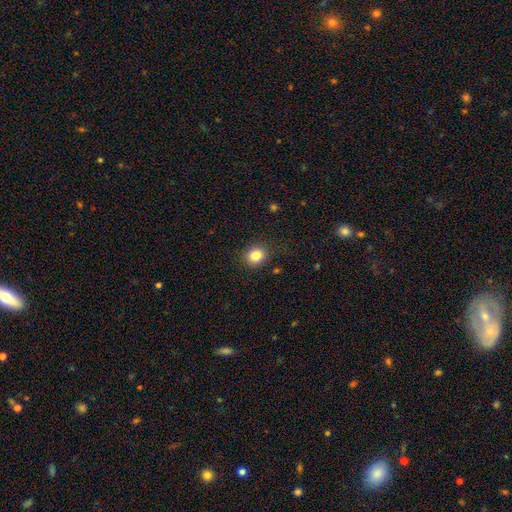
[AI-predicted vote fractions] smooth-or-featured: smooth: 83% | star or artifact: 11% | featured or disk: 6%
  how-rounded: round: 78% | in between: 21% | cigar-shaped: 1%
  merging: none: 88% | minor disturbance: 8% | major disturbance: 3% | merger: 1%